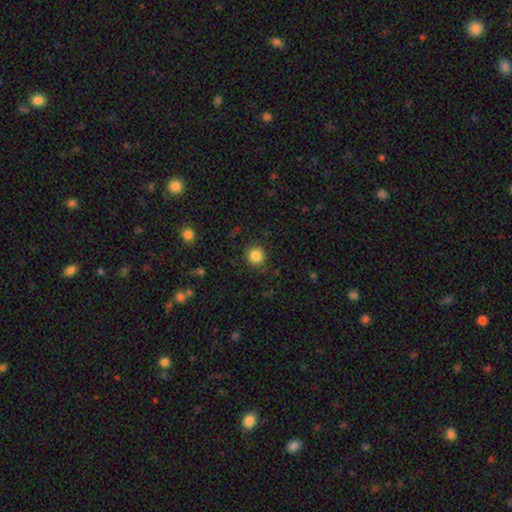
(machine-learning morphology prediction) smooth 85%, star or artifact 11%, featured or disk 5%. Down the decision tree: how rounded — round (92%); merging — none (89%).